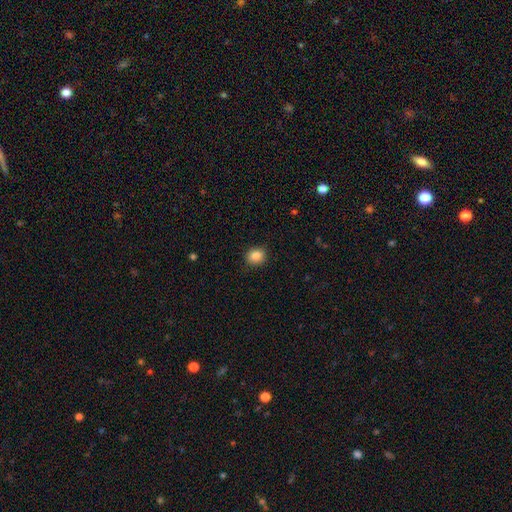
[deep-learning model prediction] smooth 86%, star or artifact 10%, featured or disk 4%. Down the decision tree: how rounded — round (67%); merging — none (89%).